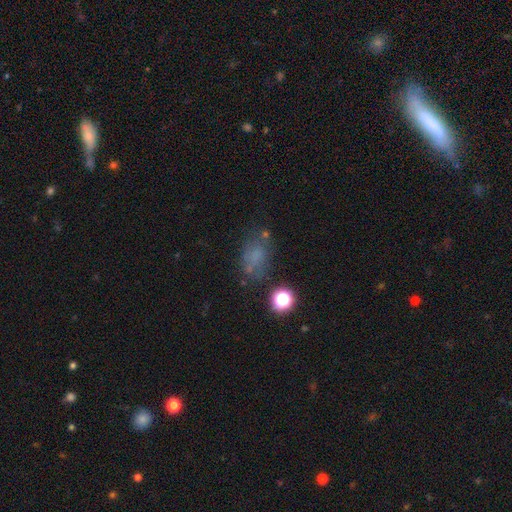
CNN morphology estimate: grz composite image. It shows a smooth galaxy with no disk features (55%) that is in between round and cigar-shaped (74%). Merging: none (55%).